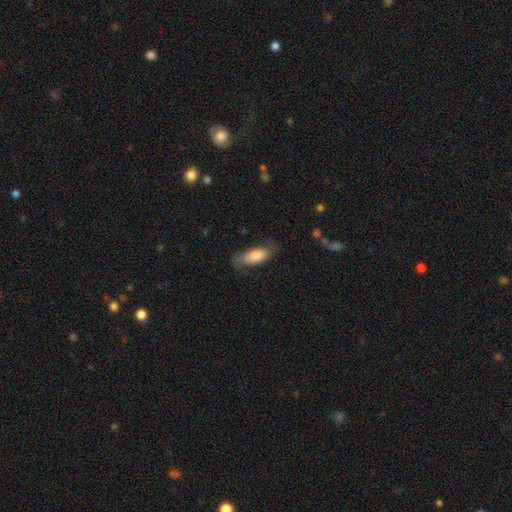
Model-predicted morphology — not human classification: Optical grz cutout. It shows a smooth galaxy with no disk features (75%) that is in between round and cigar-shaped (79%). Merging: none (67%).